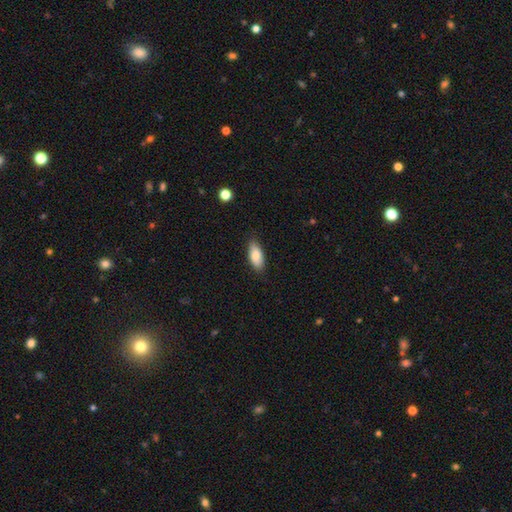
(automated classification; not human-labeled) Smooth or featured?
  - smooth: 82% *
  - featured or disk: 12%
  - star or artifact: 6%
How rounded?
  - in between: 86% *
  - cigar-shaped: 12%
  - round: 2%
Merging?
  - none: 83% *
  - minor disturbance: 13%
  - major disturbance: 2%
  - merger: 1%